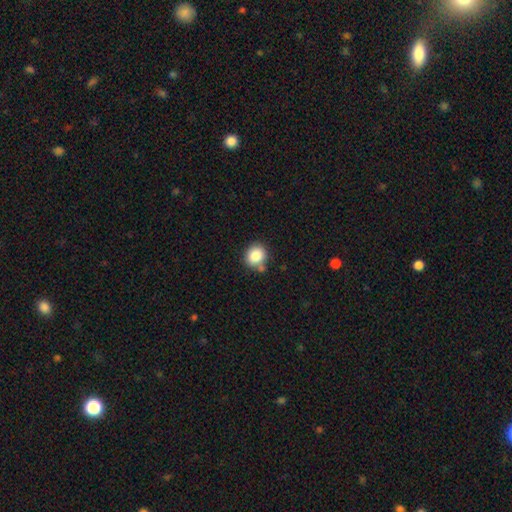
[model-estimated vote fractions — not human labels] smooth-or-featured: smooth: 85% | star or artifact: 9% | featured or disk: 6%
  how-rounded: round: 75% | in between: 24% | cigar-shaped: 1%
  merging: none: 72% | minor disturbance: 15% | merger: 10% | major disturbance: 4%